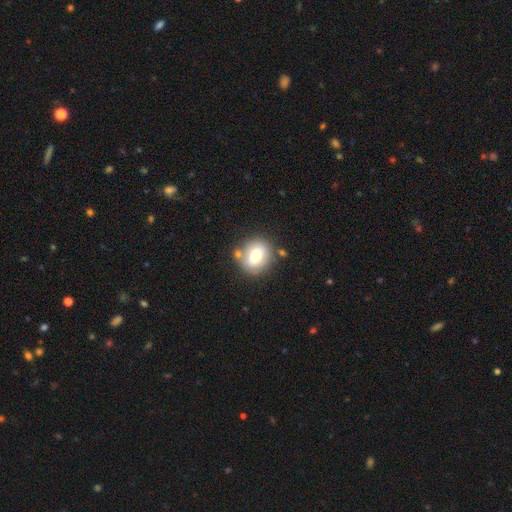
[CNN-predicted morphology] Smooth or featured? Predicted: smooth (p=0.71). How rounded? Predicted: round (p=0.59). Merging? Predicted: none (p=0.70).